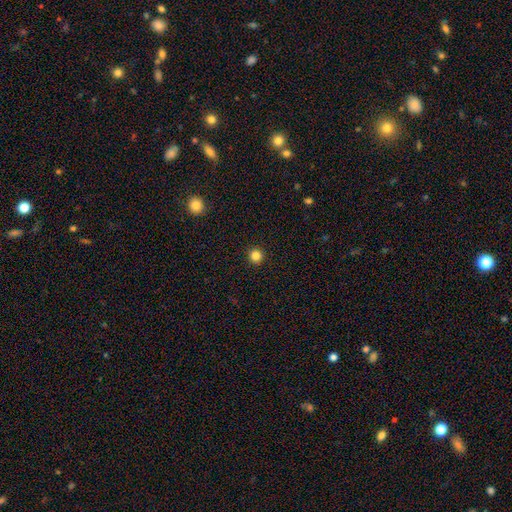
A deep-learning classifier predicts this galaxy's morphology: smooth 83%, star or artifact 13%, featured or disk 4%. Down the decision tree: how rounded — round (96%); merging — none (94%).